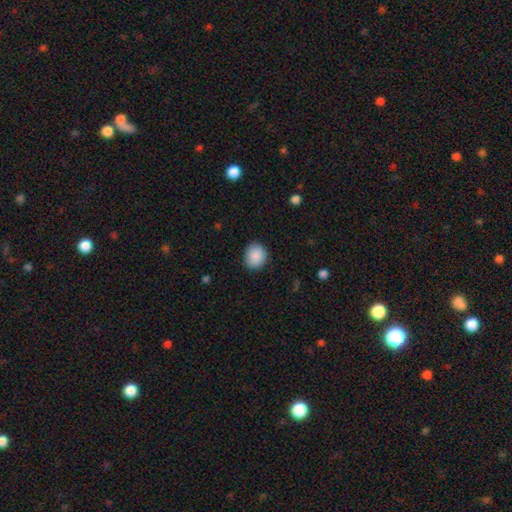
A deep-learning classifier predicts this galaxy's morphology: Smooth or featured: smooth — 89% (star or artifact — 7%)
How rounded: round — 67% (in between — 32%)
Merging: none — 87% (minor disturbance — 10%)